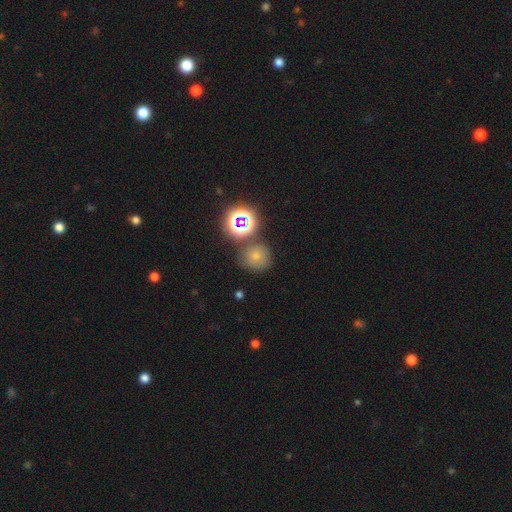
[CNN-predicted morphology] smooth 62%, star or artifact 25%, featured or disk 13%. Down the decision tree: how rounded — round (88%); merging — none (68%).